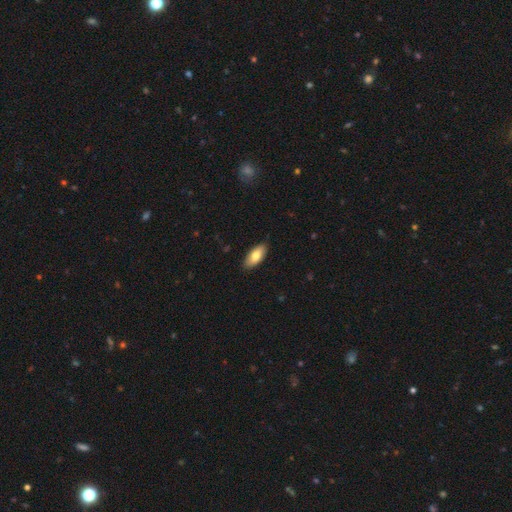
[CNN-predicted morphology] Smooth or featured: smooth — 78% (featured or disk — 16%)
How rounded: in between — 87% (cigar-shaped — 11%)
Merging: none — 88% (minor disturbance — 9%)